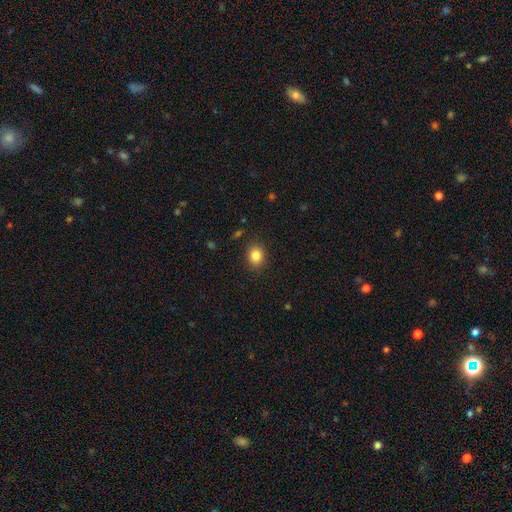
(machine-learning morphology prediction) The model was most divided on "how rounded": round: 56%, in between: 43%, cigar-shaped: 1%. More confident: merging — none (88%); smooth or featured — smooth (84%).